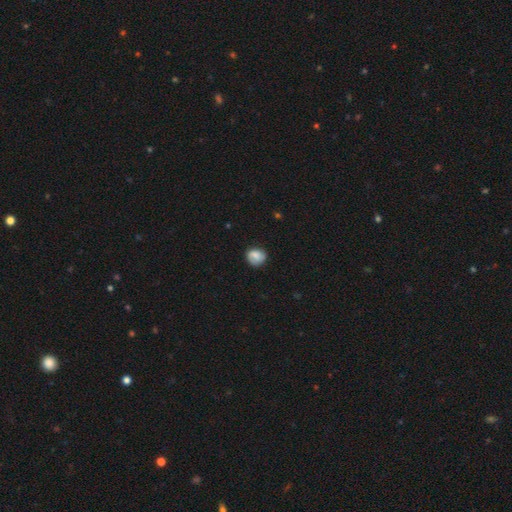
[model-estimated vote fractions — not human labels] A smooth galaxy with no disk features (77%) that is round (74%).

Vote fractions:
- Smooth or featured? smooth: 77% / featured or disk: 15% / star or artifact: 8%
- How rounded? round: 74% / in between: 25% / cigar-shaped: 1%
- Merging? none: 74% / minor disturbance: 20% / major disturbance: 5% / merger: 2%